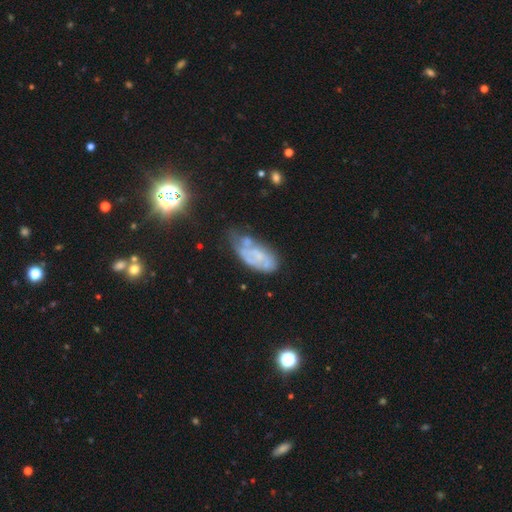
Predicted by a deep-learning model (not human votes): The model was most divided on "merging": none: 36%, minor disturbance: 34%, major disturbance: 20%, merger: 10%. Remaining: edge-on disk — no (93%); bar — no (74%); smooth or featured — featured or disk (57%); spiral arms — no (51%); bulge size — none (50%).